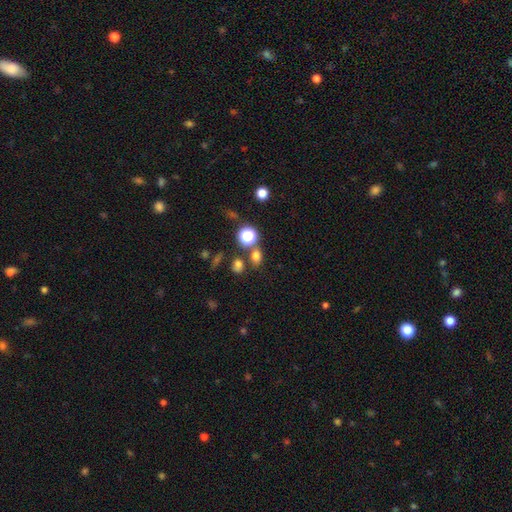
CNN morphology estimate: smooth_or_featured: smooth (p=0.70) [alt: star or artifact p=0.23]
how_rounded: round (p=0.50) [alt: in between p=0.49]
merging: none (p=0.69) [alt: merger p=0.16]